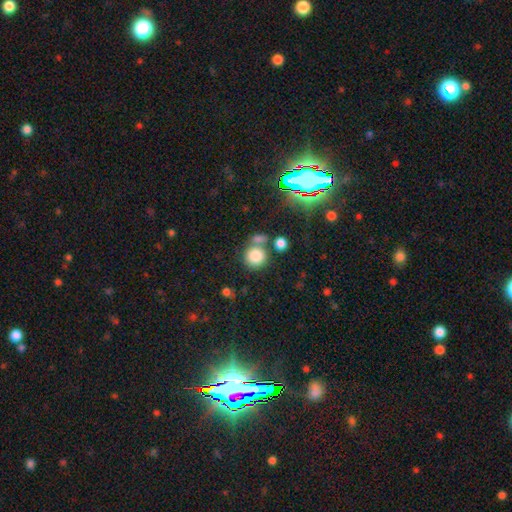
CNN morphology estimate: A smooth galaxy with no disk features (81%) that is round (89%).

Vote fractions:
- Smooth or featured? smooth: 81% / star or artifact: 12% / featured or disk: 7%
- How rounded? round: 89% / in between: 10% / cigar-shaped: 1%
- Merging? none: 58% / merger: 26% / minor disturbance: 10% / major disturbance: 5%